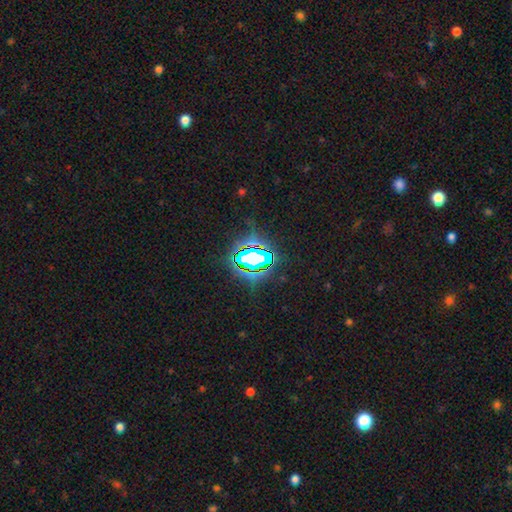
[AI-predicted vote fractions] A star or artifact, not a galaxy (83%).